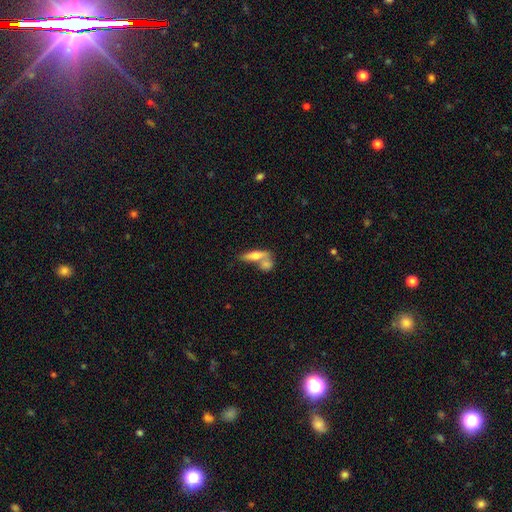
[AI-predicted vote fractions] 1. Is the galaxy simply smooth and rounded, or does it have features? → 60% smooth, 33% featured or disk, 7% star or artifact.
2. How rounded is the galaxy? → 50% cigar-shaped, 45% in between, 5% round.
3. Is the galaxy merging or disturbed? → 49% merger, 37% none, 10% minor disturbance, 5% major disturbance.